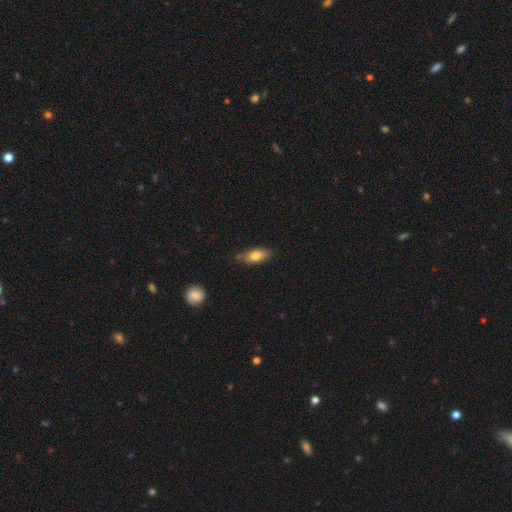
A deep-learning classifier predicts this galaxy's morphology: This appears to be a smooth galaxy with no disk features (76%) that is in between round and cigar-shaped (81%). Merging: none (77%).